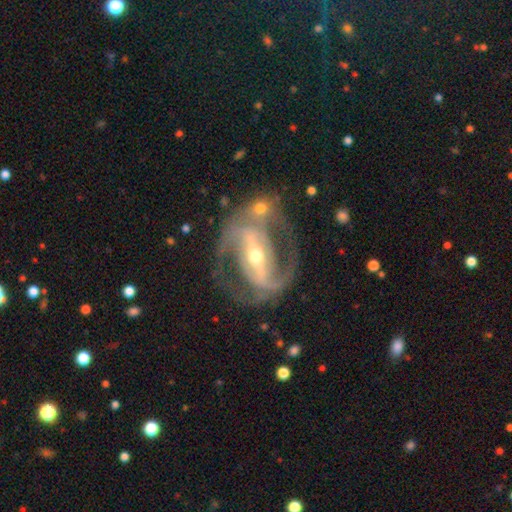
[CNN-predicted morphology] Smooth or featured? featured or disk (90%)
Edge-on disk? no (96%)
Bar? strong (70%)
Spiral arms? yes (93%)
Spiral winding? medium (54%)
Spiral arm count? 2 (87%)
Bulge size? moderate (53%)
Merging? none (65%)